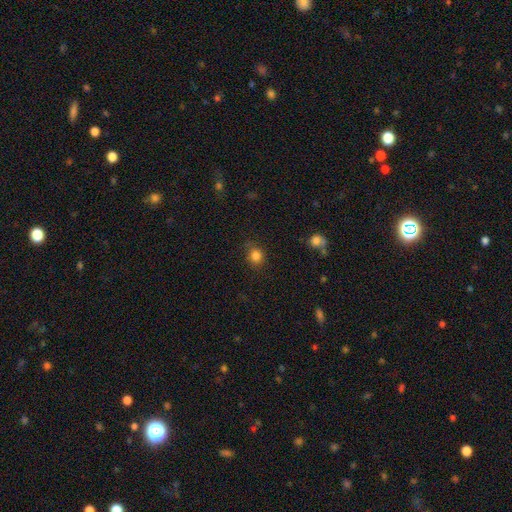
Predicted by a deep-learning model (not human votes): smooth-or-featured: smooth: 83% | star or artifact: 12% | featured or disk: 5%
  how-rounded: round: 79% | in between: 20% | cigar-shaped: 1%
  merging: none: 80% | minor disturbance: 14% | major disturbance: 4% | merger: 2%